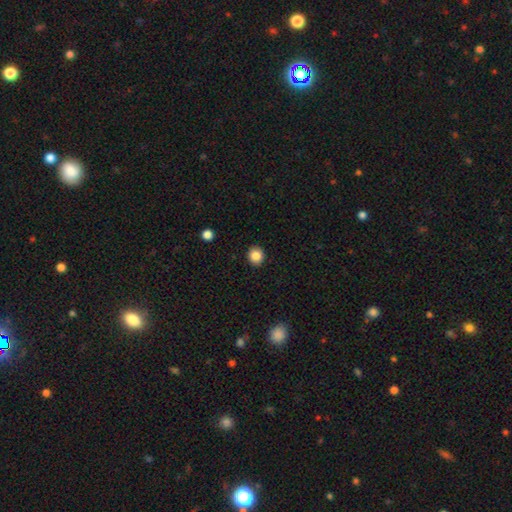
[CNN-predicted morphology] The model was most divided on "how rounded": round: 79%, in between: 20%, cigar-shaped: 1%. More confident: merging — none (92%); smooth or featured — smooth (86%).